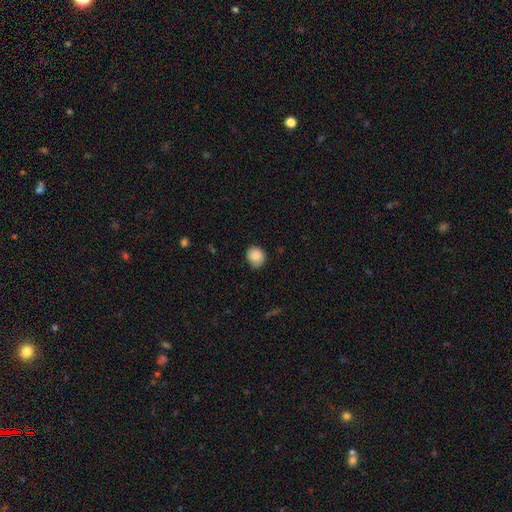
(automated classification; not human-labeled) smooth_or_featured: smooth (p=0.87) [alt: star or artifact p=0.08]
how_rounded: round (p=0.81) [alt: in between p=0.18]
merging: none (p=0.80) [alt: minor disturbance p=0.16]